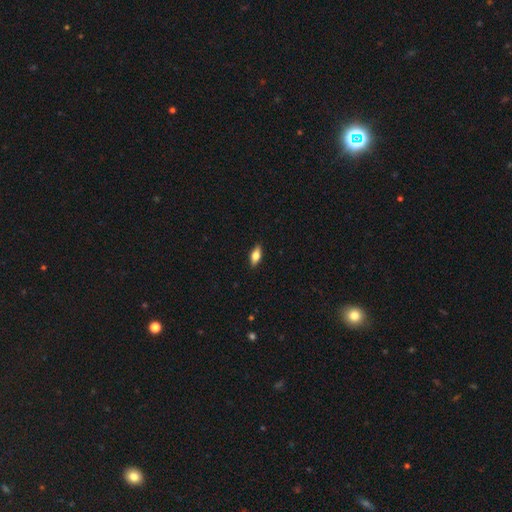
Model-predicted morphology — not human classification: Overall: smooth (68%). How rounded: in between (80%). Merging: none (89%).